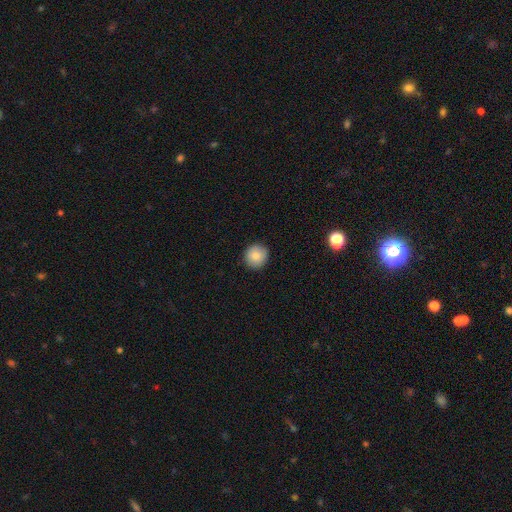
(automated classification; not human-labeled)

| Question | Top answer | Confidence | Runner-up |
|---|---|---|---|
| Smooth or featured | smooth | 86% | star or artifact (8%) |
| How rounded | round | 92% | in between (7%) |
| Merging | none | 91% | minor disturbance (6%) |